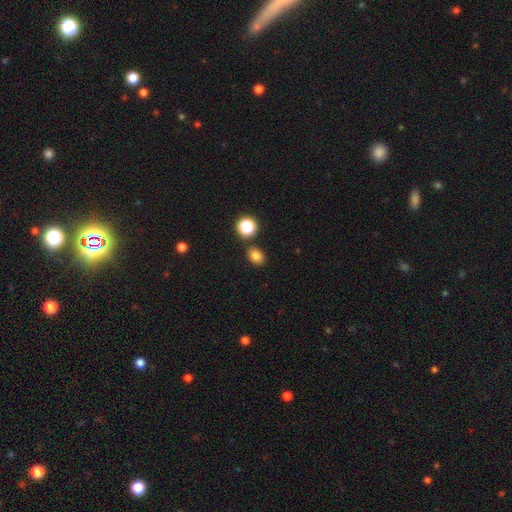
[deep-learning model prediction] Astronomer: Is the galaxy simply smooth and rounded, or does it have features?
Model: smooth — 81%.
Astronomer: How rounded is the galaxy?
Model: in between — 56% (runner-up: round, 43%).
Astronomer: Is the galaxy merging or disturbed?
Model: none — 80%.